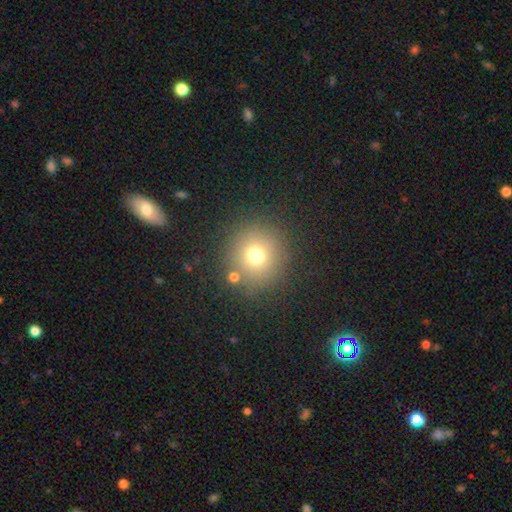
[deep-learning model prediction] A smooth galaxy with no disk features (71%) that is round (94%). Merging: none (84%).